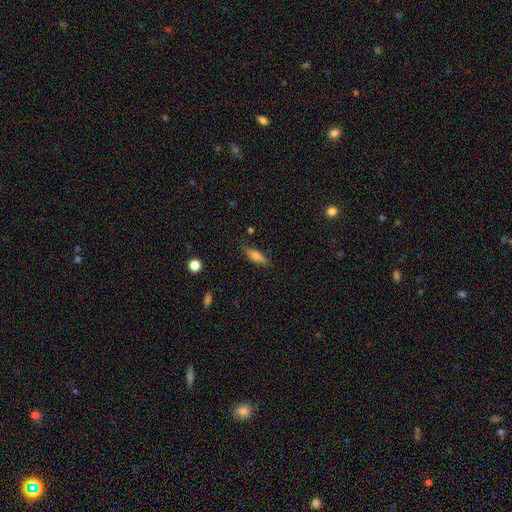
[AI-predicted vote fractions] Smooth or featured? Predicted: smooth (p=0.67). How rounded? Predicted: cigar-shaped (p=0.59). Merging? Predicted: none (p=0.83).